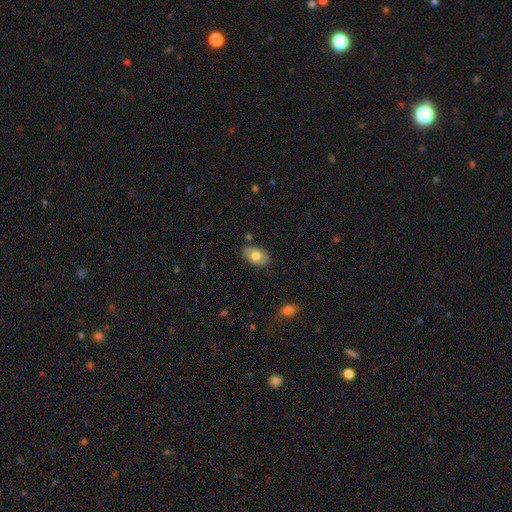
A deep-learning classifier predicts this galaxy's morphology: A smooth galaxy with no disk features (70%) that is in between round and cigar-shaped (92%). Merging: none (80%).